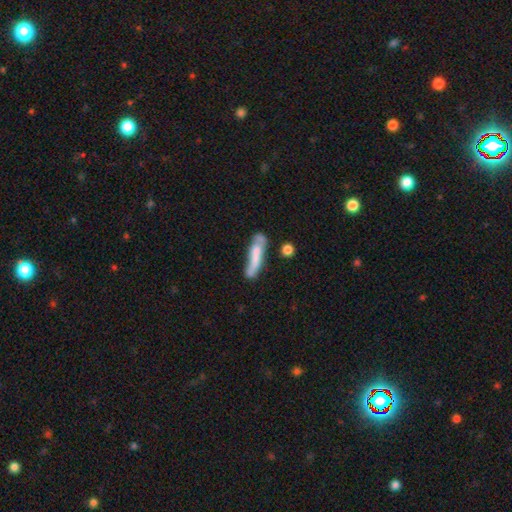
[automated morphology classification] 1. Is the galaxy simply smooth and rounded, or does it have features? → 57% smooth, 36% featured or disk, 7% star or artifact.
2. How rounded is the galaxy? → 78% cigar-shaped, 20% in between, 2% round.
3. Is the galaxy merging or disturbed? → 38% none, 25% minor disturbance, 19% merger, 17% major disturbance.